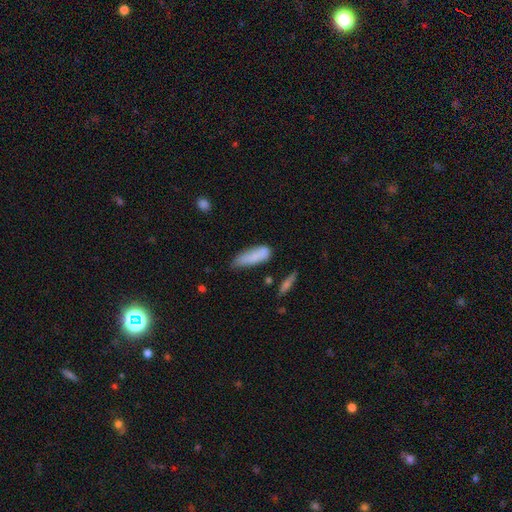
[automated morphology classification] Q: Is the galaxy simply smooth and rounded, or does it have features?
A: smooth — 79%.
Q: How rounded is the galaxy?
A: in between — 54%.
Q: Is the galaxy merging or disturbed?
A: none — 47%.